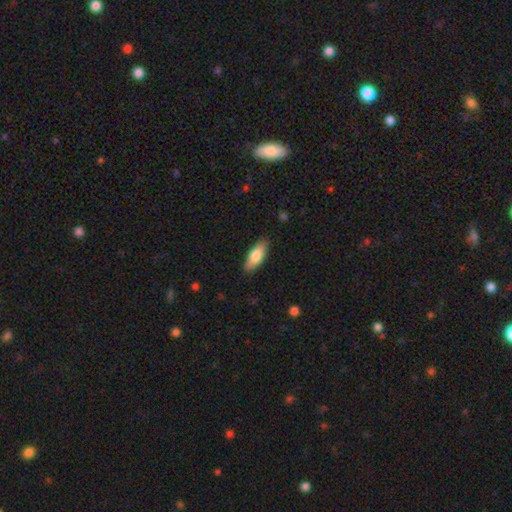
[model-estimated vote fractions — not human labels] This is likely a smooth galaxy (79%). How rounded: likely in between (75%). Merging: clearly none (87%).